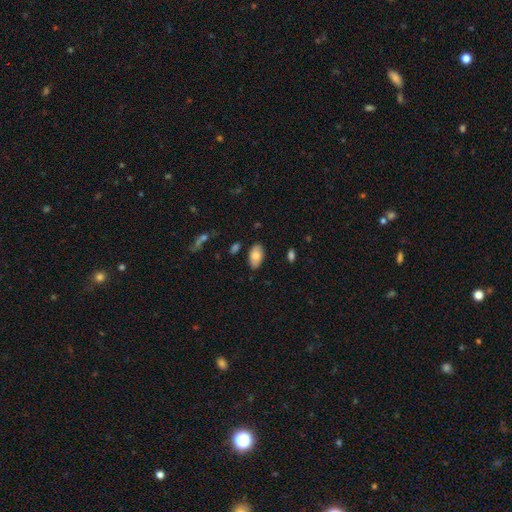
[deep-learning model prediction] The model was most divided on "smooth or featured": smooth: 76%, featured or disk: 18%, star or artifact: 6%. More confident: how rounded — in between (95%); merging — none (85%).